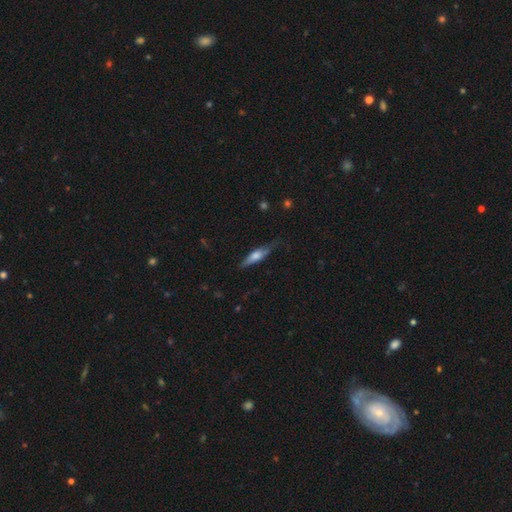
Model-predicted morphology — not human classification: Smooth or featured? Predicted: smooth (p=0.49). Merging? Predicted: none (p=0.68).